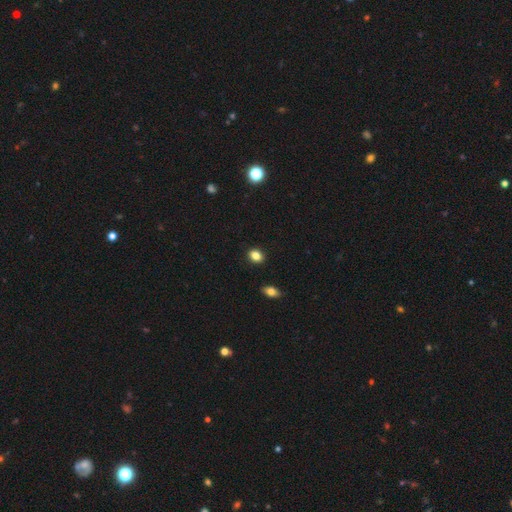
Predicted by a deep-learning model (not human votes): Morphology: type=smooth (85%); roundness=in between (54%); merging=none (90%).